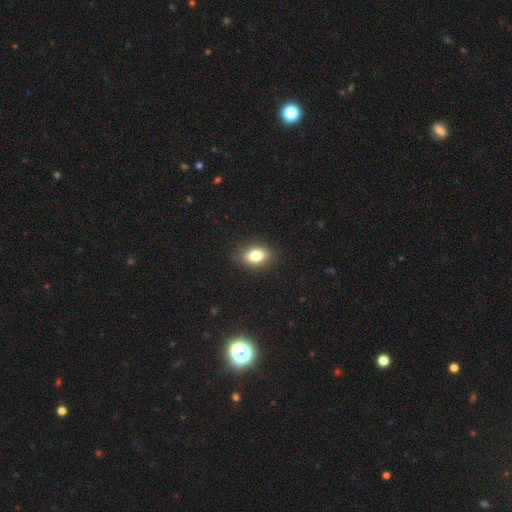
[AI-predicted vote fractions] Smooth or featured? Predicted: smooth (p=0.80). How rounded? Predicted: in between (p=0.75). Merging? Predicted: none (p=0.86).